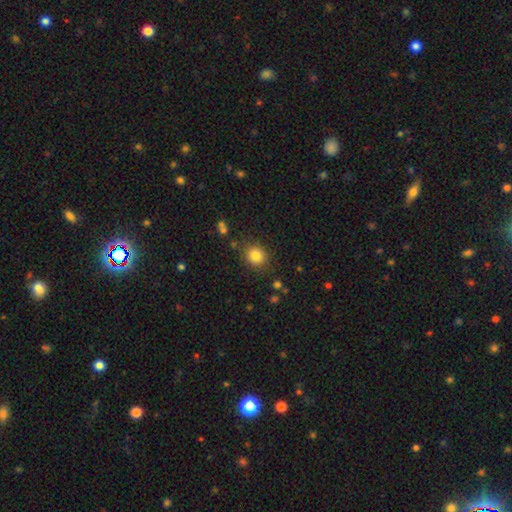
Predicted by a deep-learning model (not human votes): Smooth or featured: smooth — 82% (star or artifact — 11%)
How rounded: round — 80% (in between — 19%)
Merging: none — 83% (minor disturbance — 10%)